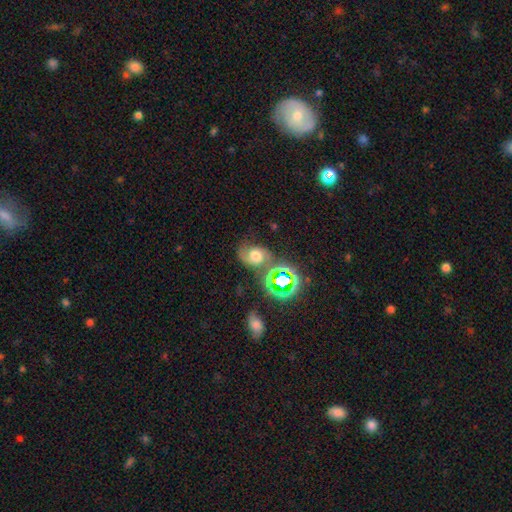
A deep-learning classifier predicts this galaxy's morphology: Smooth or featured? Predicted: featured or disk (p=0.39, tied with smooth). Merging? Predicted: none (p=0.49).